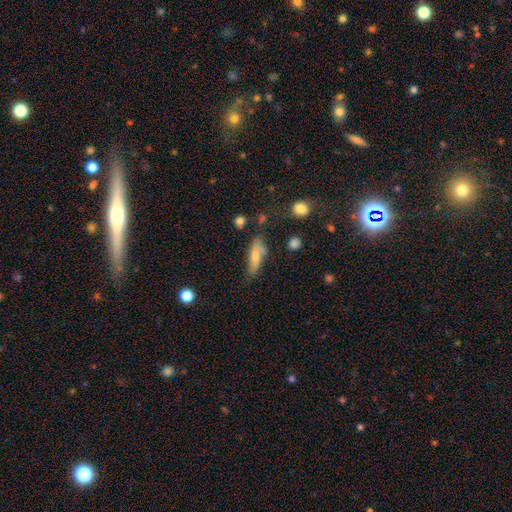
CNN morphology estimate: The model was most divided on "how rounded": in between: 59%, cigar-shaped: 38%, round: 3%. More confident: smooth or featured — smooth (66%); merging — none (53%).